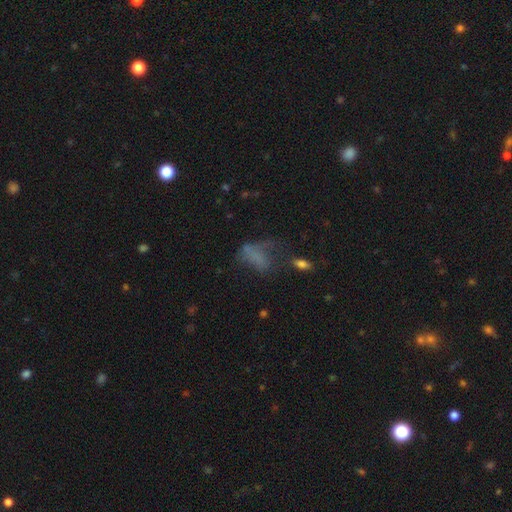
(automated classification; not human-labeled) smooth 54%, featured or disk 26%, star or artifact 20%. Down the decision tree: how rounded — in between (81%); merging — major disturbance (42%).